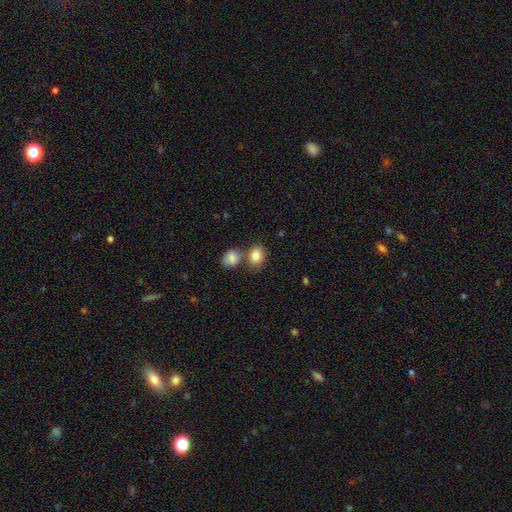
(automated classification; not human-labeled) The model was most divided on "how rounded": in between: 59%, round: 40%, cigar-shaped: 1%. More confident: smooth or featured — smooth (84%); merging — none (56%).